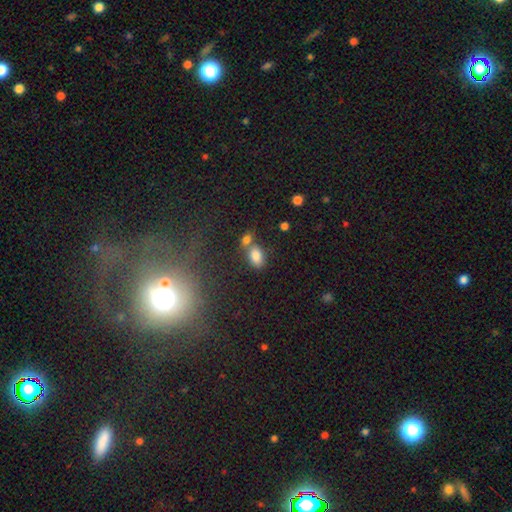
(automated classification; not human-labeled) Q: Smooth or featured?
A: smooth (82%); runner-up: star or artifact (10%)
Q: How rounded?
A: in between (85%); runner-up: round (13%)
Q: Merging?
A: none (51%); runner-up: merger (33%)